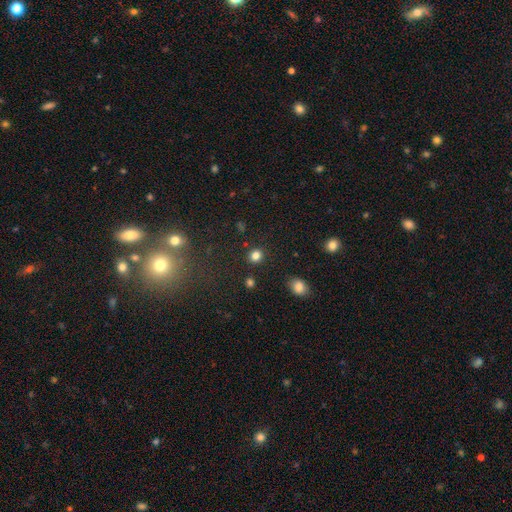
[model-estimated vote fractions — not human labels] A smooth galaxy with no disk features (82%) that is round (81%).

Vote fractions:
- Smooth or featured? smooth: 82% / star or artifact: 13% / featured or disk: 5%
- How rounded? round: 81% / in between: 18% / cigar-shaped: 1%
- Merging? none: 88% / minor disturbance: 7% / merger: 2% / major disturbance: 2%